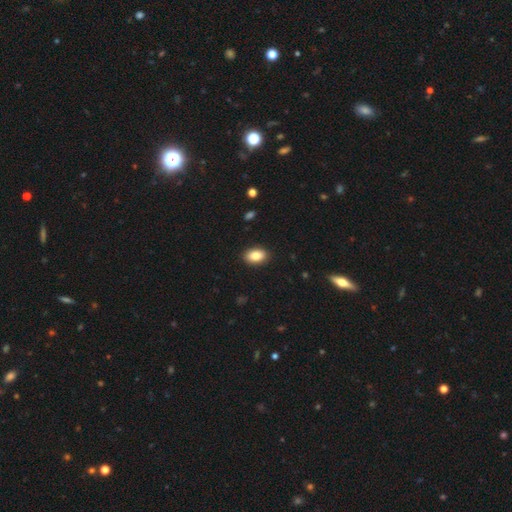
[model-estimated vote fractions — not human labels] Smooth or featured: smooth — 86% (star or artifact — 8%)
How rounded: in between — 89% (round — 9%)
Merging: none — 90% (minor disturbance — 7%)